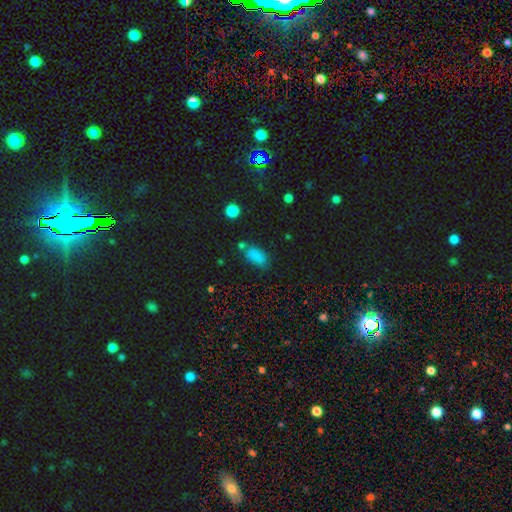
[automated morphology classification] type=smooth (79%); roundness=in between (88%); merging=none (64%).